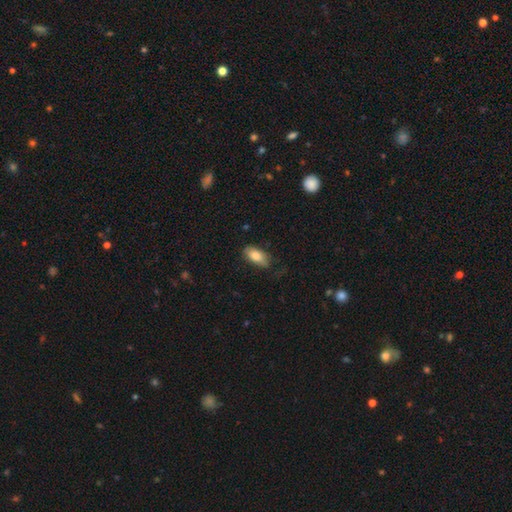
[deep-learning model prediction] Smooth or featured? Predicted: smooth (p=0.82). How rounded? Predicted: in between (p=0.90). Merging? Predicted: none (p=0.73).